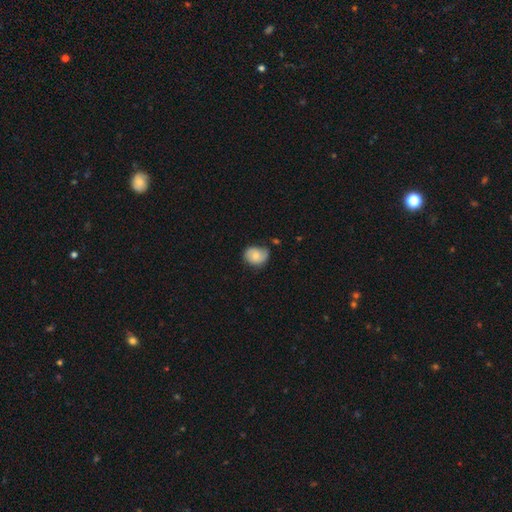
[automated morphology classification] Q: Smooth or featured?
A: smooth (65%); runner-up: featured or disk (27%)
Q: How rounded?
A: round (50%); runner-up: in between (49%)
Q: Merging?
A: none (61%); runner-up: minor disturbance (29%)